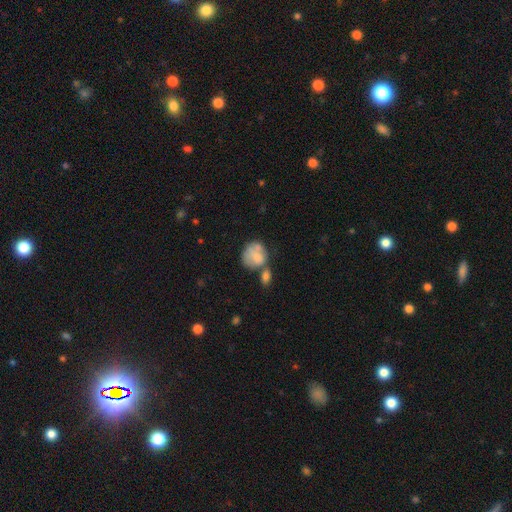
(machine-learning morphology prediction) Smooth or featured? smooth (68%)
How rounded? round (62%)
Merging? merger (40%)